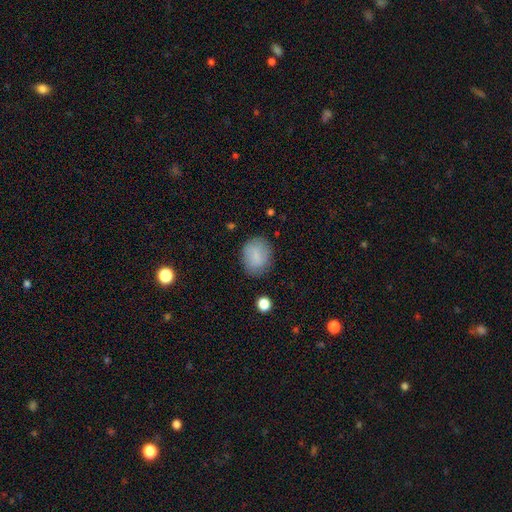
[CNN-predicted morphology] Smooth or featured: smooth — 83% (featured or disk — 10%)
How rounded: round — 51% (in between — 48%)
Merging: none — 79% (minor disturbance — 15%)